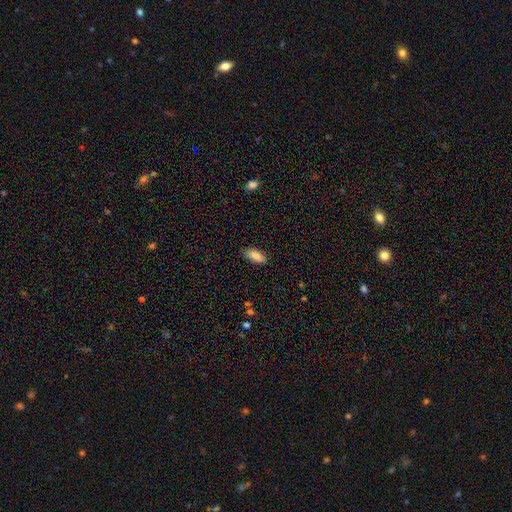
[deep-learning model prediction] This is clearly a smooth galaxy (83%). How rounded: clearly in between (85%). Merging: clearly none (86%).